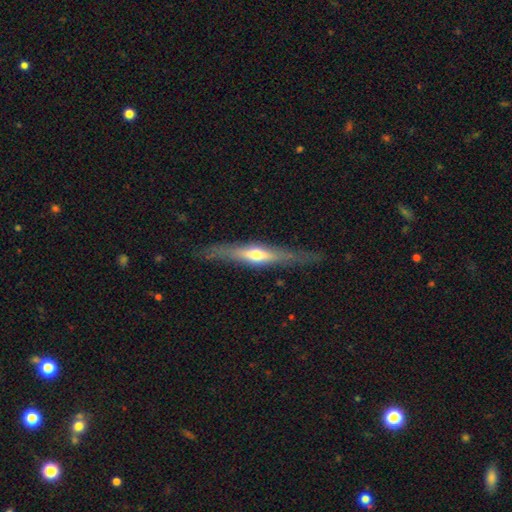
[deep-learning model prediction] Smooth or featured? featured or disk (69%)
Edge-on disk? yes (94%)
Edge-on bulge? rounded (85%)
Merging? none (83%)